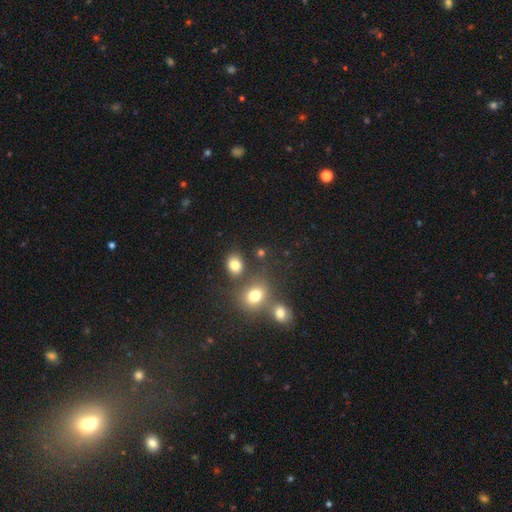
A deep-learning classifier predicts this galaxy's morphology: A star or artifact, not a galaxy (50%).